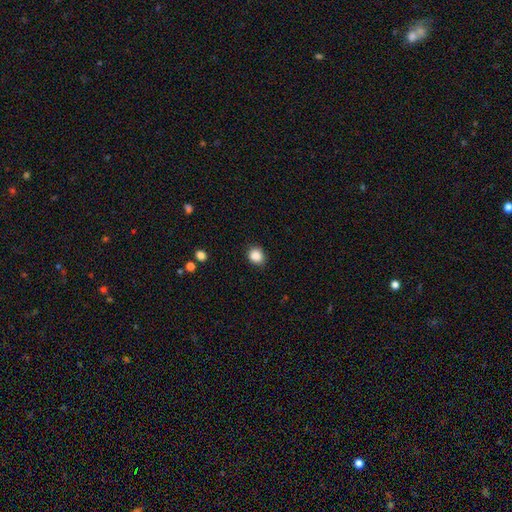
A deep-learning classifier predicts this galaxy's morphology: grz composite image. It shows a smooth galaxy with no disk features (87%) that is round (70%). Merging: none (86%).